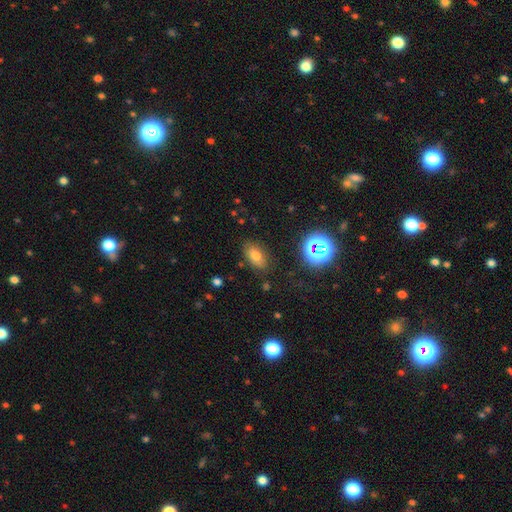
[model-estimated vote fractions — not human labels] Smooth or featured? Predicted: smooth (p=0.71). How rounded? Predicted: in between (p=0.87). Merging? Predicted: none (p=0.82).